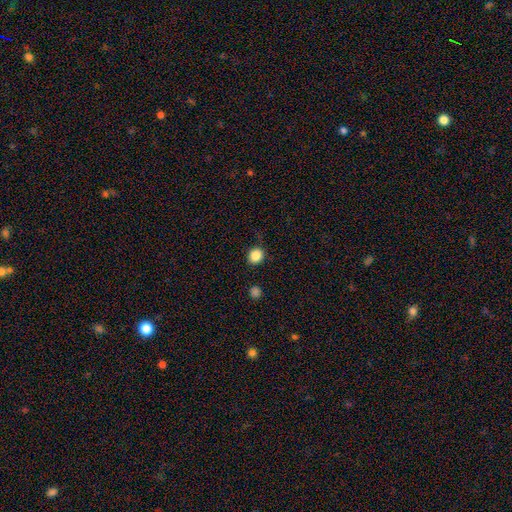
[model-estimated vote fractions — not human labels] Smooth or featured? Predicted: smooth (p=0.85). How rounded? Predicted: round (p=0.84). Merging? Predicted: none (p=0.85).